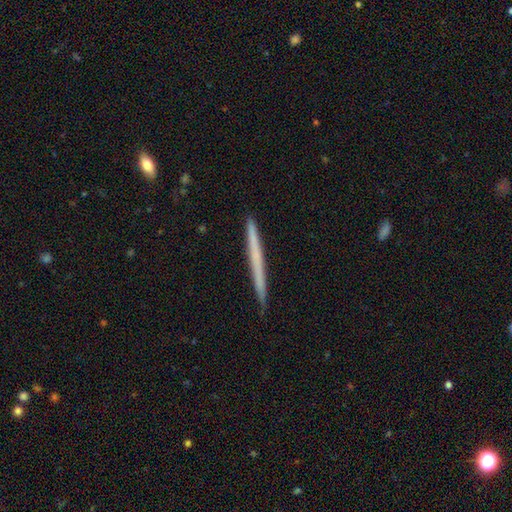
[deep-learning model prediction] Morphology: type=smooth (49%); merging=none (91%).